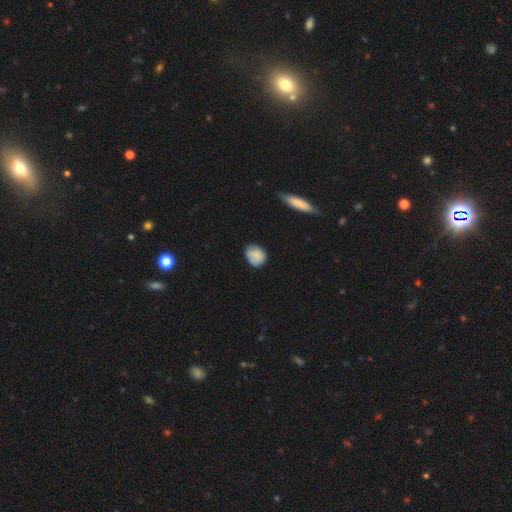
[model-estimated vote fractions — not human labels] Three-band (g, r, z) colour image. It shows a smooth galaxy with no disk features (85%) that is round (64%). Merging: none (72%).